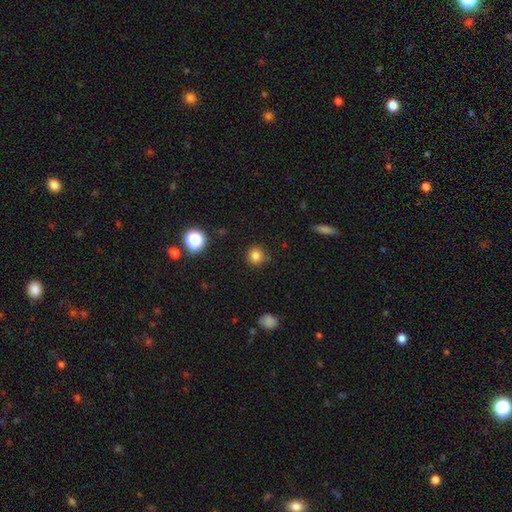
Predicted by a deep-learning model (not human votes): Smooth or featured? Predicted: smooth (p=0.81). How rounded? Predicted: round (p=0.90). Merging? Predicted: none (p=0.88).